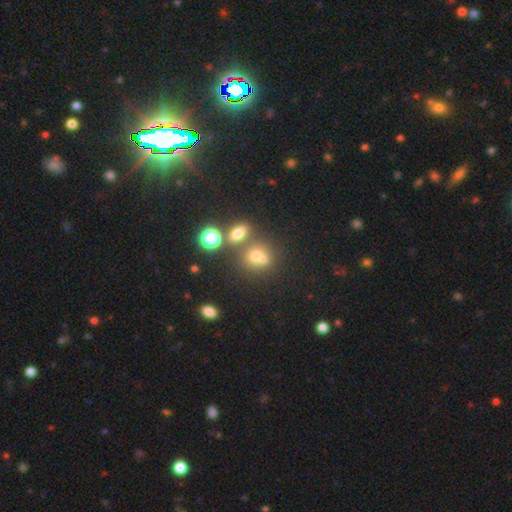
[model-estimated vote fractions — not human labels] A smooth galaxy with no disk features (61%) that is round (69%).

Vote fractions:
- Smooth or featured? smooth: 61% / star or artifact: 24% / featured or disk: 15%
- How rounded? round: 69% / in between: 30% / cigar-shaped: 2%
- Merging? merger: 45% / none: 43% / minor disturbance: 9% / major disturbance: 4%